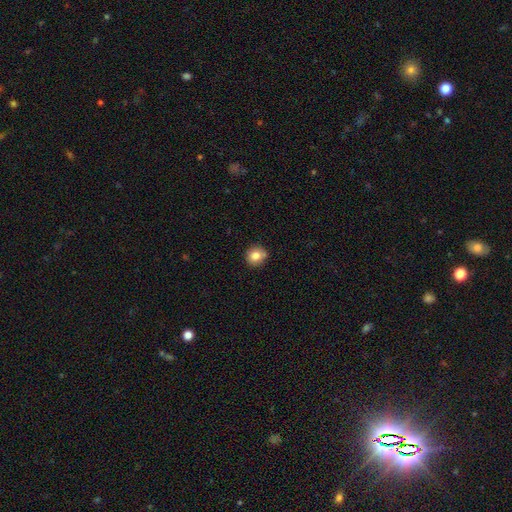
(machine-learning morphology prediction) A smooth galaxy with no disk features (82%) that is round (90%).

Vote fractions:
- Smooth or featured? smooth: 82% / star or artifact: 10% / featured or disk: 8%
- How rounded? round: 90% / in between: 9% / cigar-shaped: 1%
- Merging? none: 78% / minor disturbance: 12% / merger: 7% / major disturbance: 3%